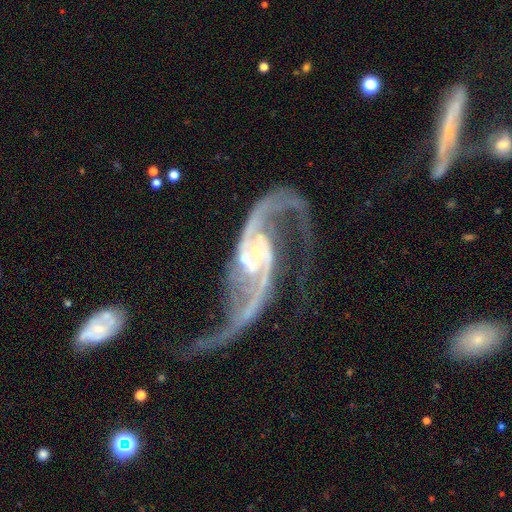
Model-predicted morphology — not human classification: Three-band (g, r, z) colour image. It shows a featured or disk galaxy (92%) with no bar (54%), 2 (90%) loose (62%) spiral arms (97%) and a small central bulge (72%). Merging: none (42%).